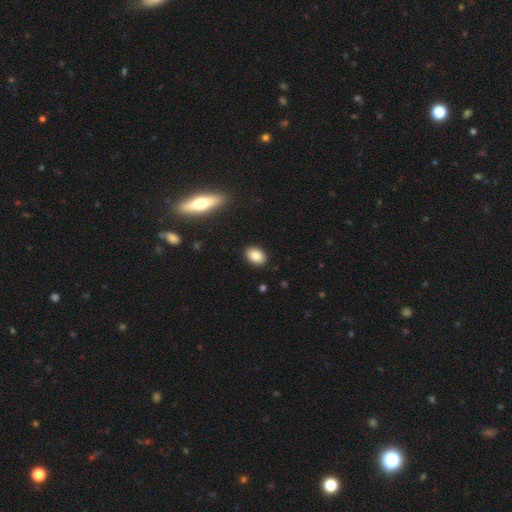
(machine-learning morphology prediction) This is clearly a smooth galaxy (86%). How rounded: clearly in between (83%). Merging: clearly none (90%).